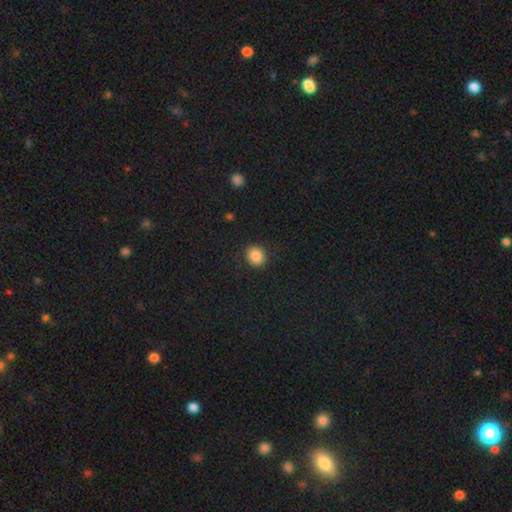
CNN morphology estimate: type=smooth (86%); roundness=round (73%); merging=none (89%).